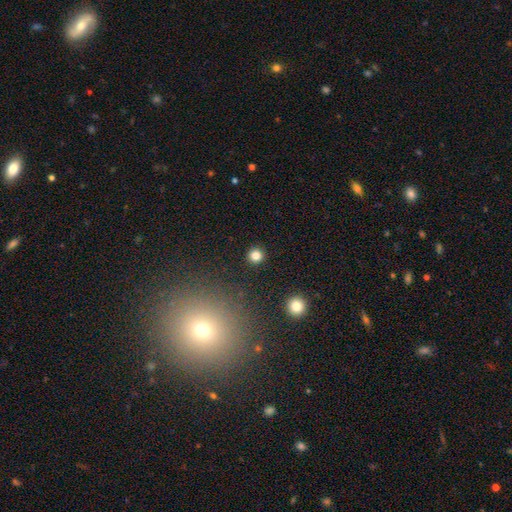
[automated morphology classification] This is clearly a smooth galaxy (82%). How rounded: clearly round (94%). Merging: clearly none (92%).